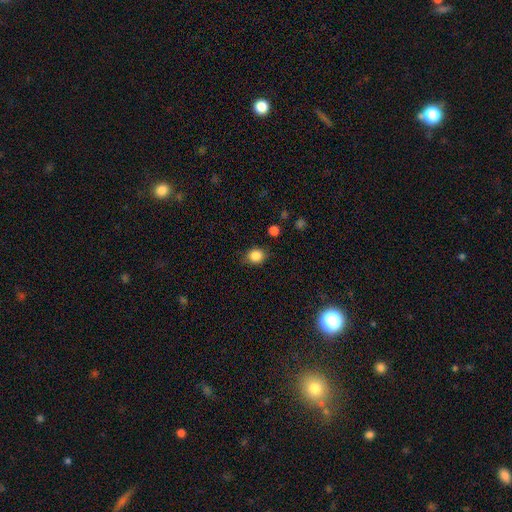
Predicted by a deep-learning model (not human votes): Overall: smooth (86%). How rounded: round (64%; in between 35%). Merging: none (79%).